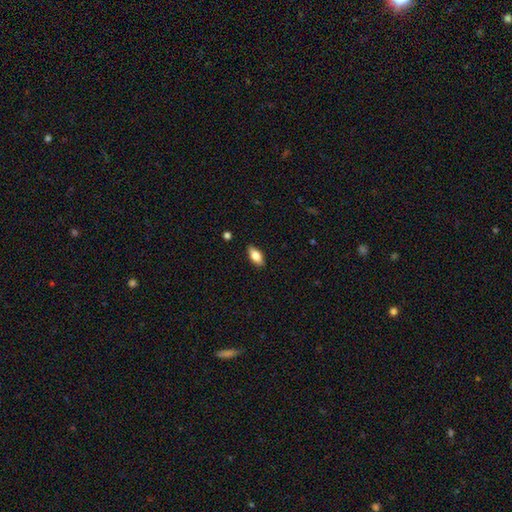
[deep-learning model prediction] Smooth or featured? smooth (78%)
How rounded? in between (87%)
Merging? none (88%)